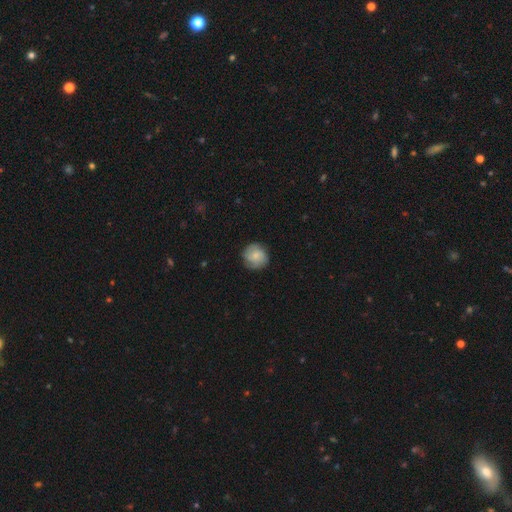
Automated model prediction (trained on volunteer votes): smooth 61%, featured or disk 32%, star or artifact 7%. Down the decision tree: how rounded — round (90%); merging — none (80%).